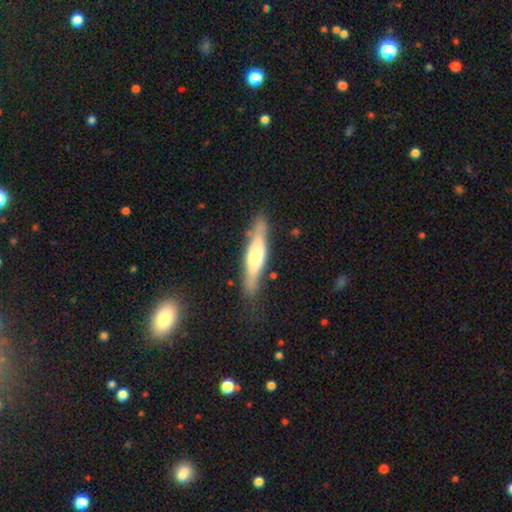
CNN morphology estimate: Q: Smooth or featured?
A: featured or disk (54%); runner-up: smooth (40%)
Q: Edge-on disk?
A: yes (88%); runner-up: no (12%)
Q: Merging?
A: none (79%); runner-up: minor disturbance (15%)